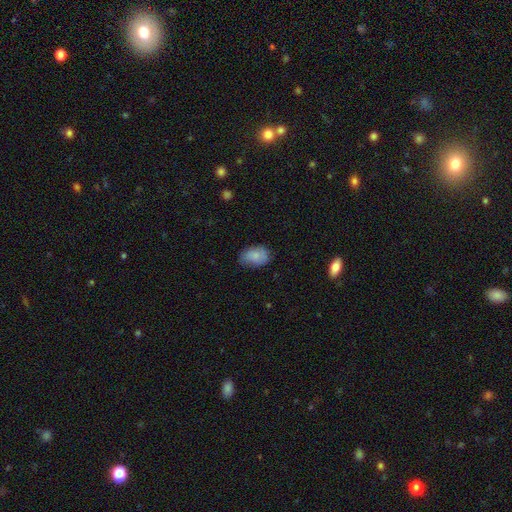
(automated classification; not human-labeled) Q: Smooth or featured?
A: smooth (82%); runner-up: featured or disk (10%)
Q: How rounded?
A: in between (84%); runner-up: round (15%)
Q: Merging?
A: none (66%); runner-up: minor disturbance (27%)